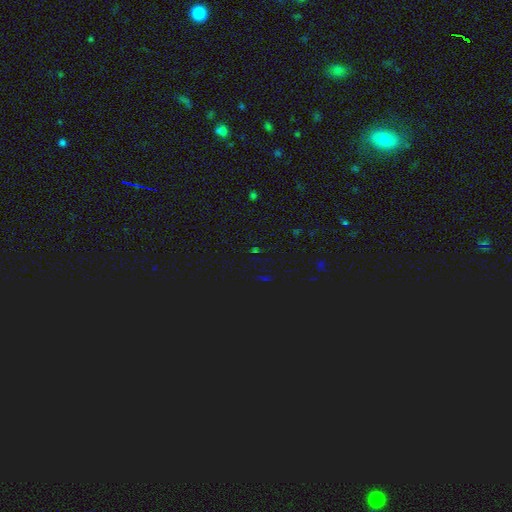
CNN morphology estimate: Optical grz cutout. It shows a star or artifact, not a galaxy (74%).